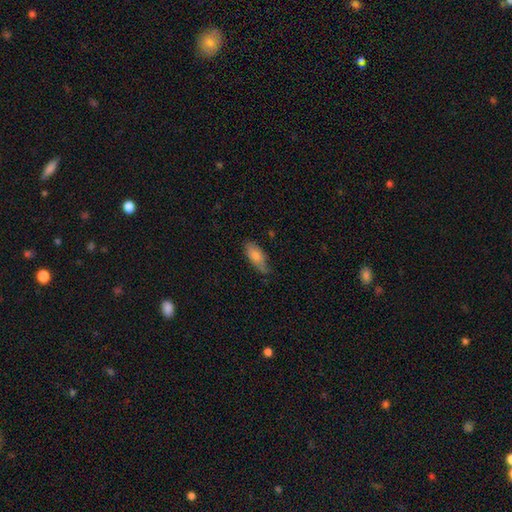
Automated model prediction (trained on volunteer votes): Smooth or featured: smooth — 78% (featured or disk — 16%)
How rounded: in between — 84% (cigar-shaped — 14%)
Merging: none — 61% (minor disturbance — 31%)